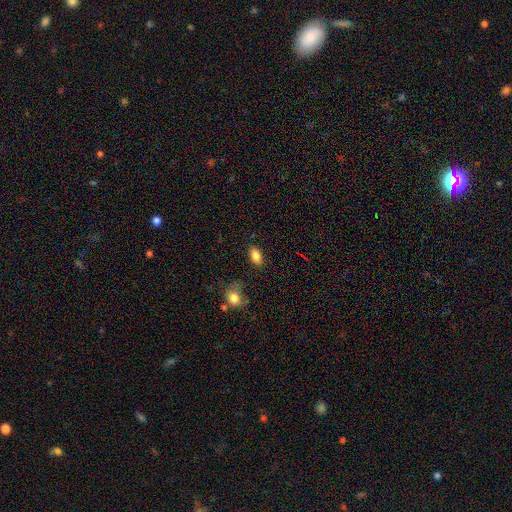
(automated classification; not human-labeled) This appears to be a smooth galaxy with no disk features (86%) that is in between round and cigar-shaped (89%). Merging: none (83%).